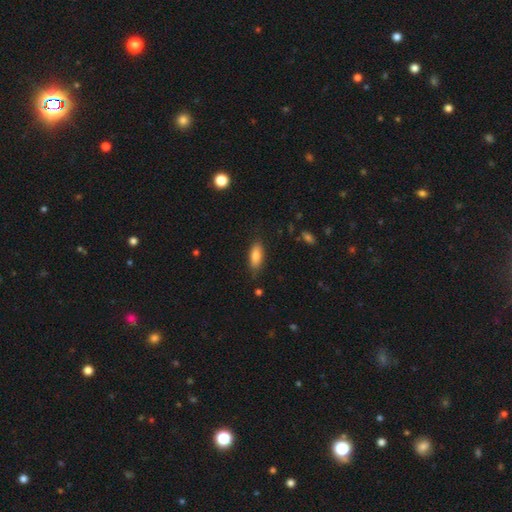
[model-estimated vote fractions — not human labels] Smooth or featured? smooth (81%)
How rounded? in between (75%)
Merging? none (80%)